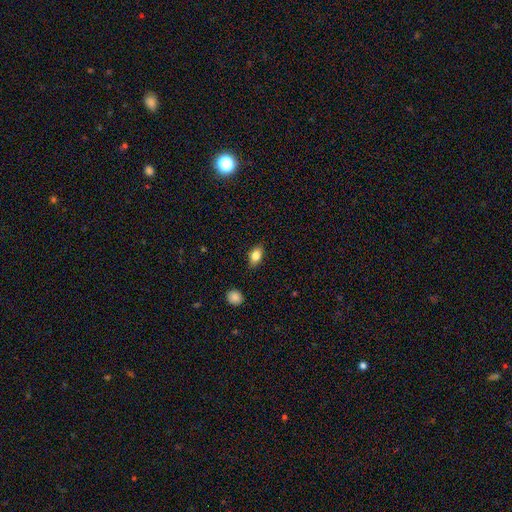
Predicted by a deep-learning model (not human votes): This is likely a smooth galaxy (79%). How rounded: clearly in between (84%). Merging: clearly none (85%).